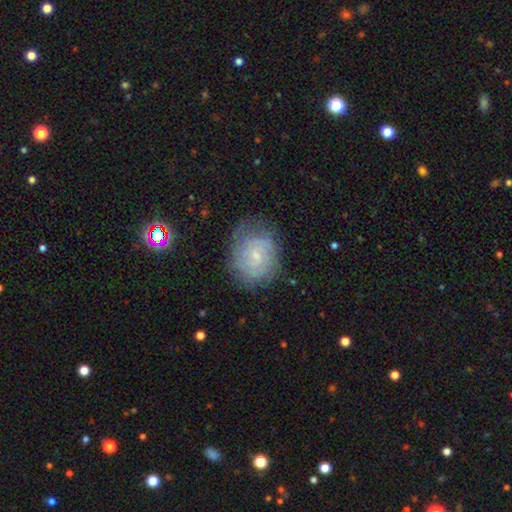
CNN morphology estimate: smooth_or_featured: featured or disk (p=0.68) [alt: smooth p=0.23]
disk_edge_on: no (p=0.97) [alt: yes p=0.03]
bar: no (p=0.53) [alt: weak p=0.42]
has_spiral_arms: yes (p=0.87) [alt: no p=0.13]
spiral_winding: tight (p=0.66) [alt: medium p=0.27]
spiral_arm_count: can't tell (p=0.49) [alt: 2 p=0.26]
bulge_size: small (p=0.70) [alt: moderate p=0.22]
merging: none (p=0.65) [alt: minor disturbance p=0.23]